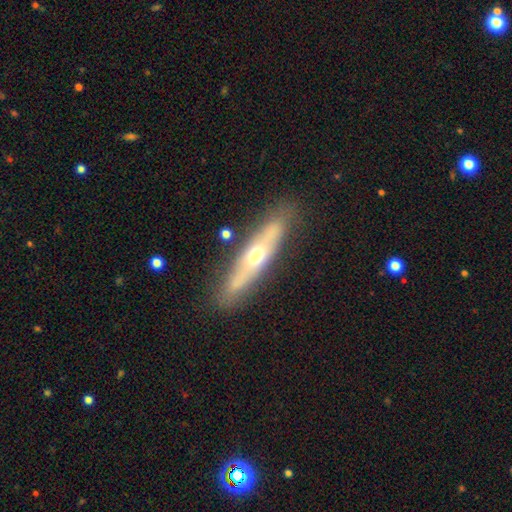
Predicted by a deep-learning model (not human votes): A featured or disk galaxy (59%) viewed edge-on (69%).

Vote fractions:
- Smooth or featured? featured or disk: 59% / smooth: 35% / star or artifact: 6%
- Edge-on disk? yes: 69% / no: 31%
- Merging? none: 82% / minor disturbance: 12% / major disturbance: 3% / merger: 2%